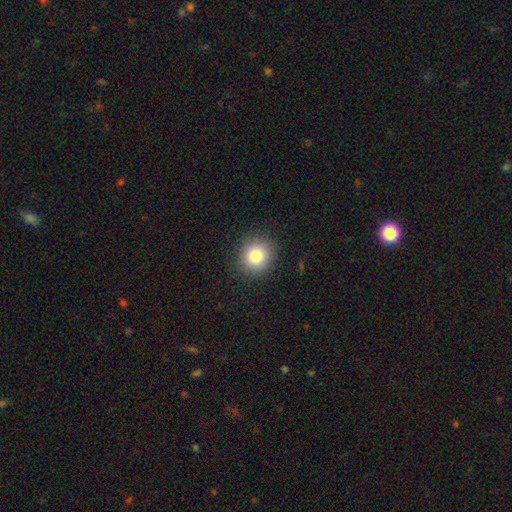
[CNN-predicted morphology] Smooth or featured?
  - smooth: 82% *
  - star or artifact: 10%
  - featured or disk: 8%
How rounded?
  - round: 89% *
  - in between: 10%
  - cigar-shaped: 1%
Merging?
  - none: 90% *
  - minor disturbance: 7%
  - major disturbance: 2%
  - merger: 1%